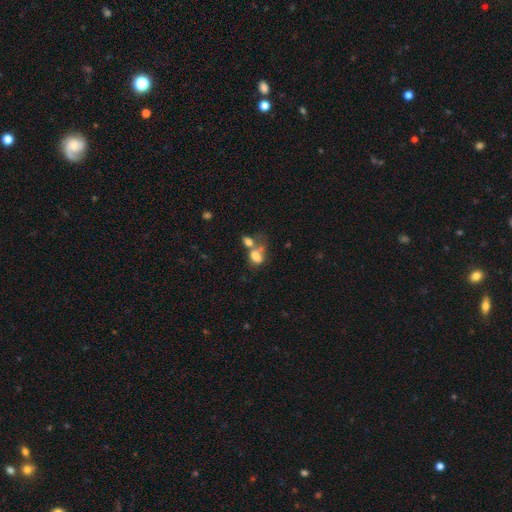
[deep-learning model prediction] smooth_or_featured: smooth (p=0.71) [alt: featured or disk p=0.17]
how_rounded: in between (p=0.73) [alt: round p=0.25]
merging: merger (p=0.56) [alt: none p=0.20]